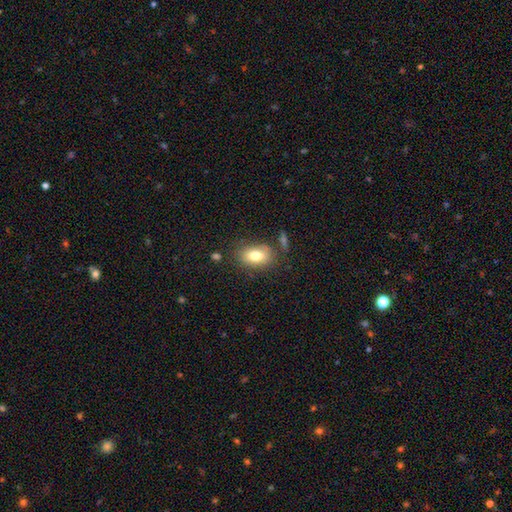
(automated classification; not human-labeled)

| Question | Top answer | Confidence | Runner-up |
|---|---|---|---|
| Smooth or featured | smooth | 78% | featured or disk (14%) |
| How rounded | in between | 82% | round (16%) |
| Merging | none | 75% | minor disturbance (15%) |